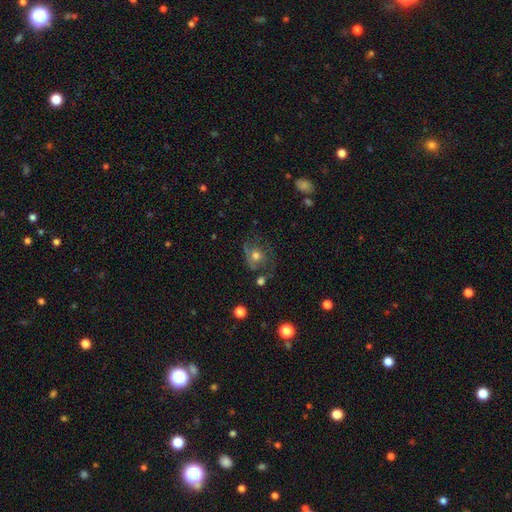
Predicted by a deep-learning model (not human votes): The model was most divided on "smooth or featured": featured or disk: 48%, smooth: 39%, star or artifact: 13%. More confident: merging — none (51%).